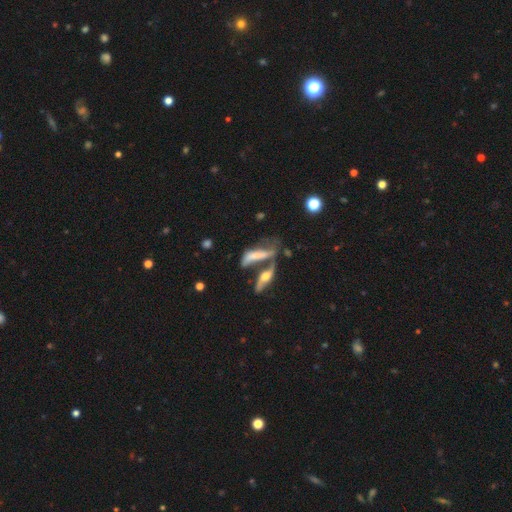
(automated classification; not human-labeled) Smooth or featured? Predicted: featured or disk (p=0.52). Edge-on disk? Predicted: no (p=0.56). Merging? Predicted: merger (p=0.53).